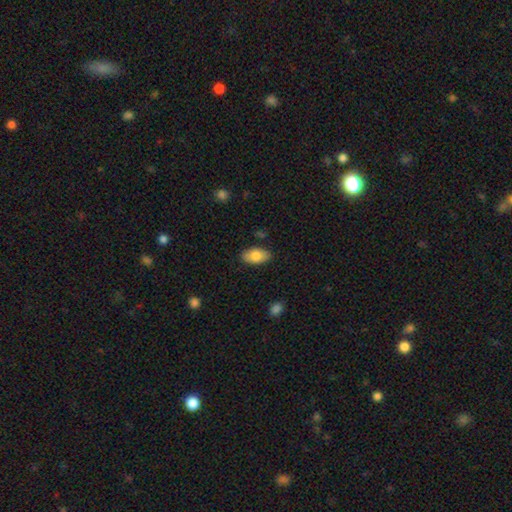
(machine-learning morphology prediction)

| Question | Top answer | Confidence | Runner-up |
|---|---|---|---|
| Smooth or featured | smooth | 81% | featured or disk (13%) |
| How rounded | in between | 94% | round (4%) |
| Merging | none | 86% | minor disturbance (11%) |